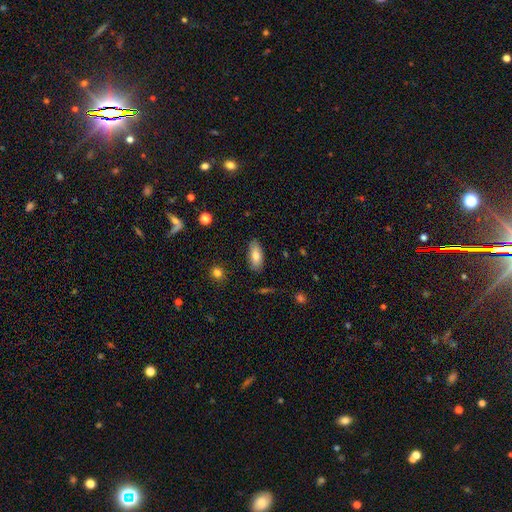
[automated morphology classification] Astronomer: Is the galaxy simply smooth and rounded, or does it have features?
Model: smooth — 77%.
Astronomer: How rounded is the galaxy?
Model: in between — 86%.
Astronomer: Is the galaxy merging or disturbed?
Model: none — 85%.